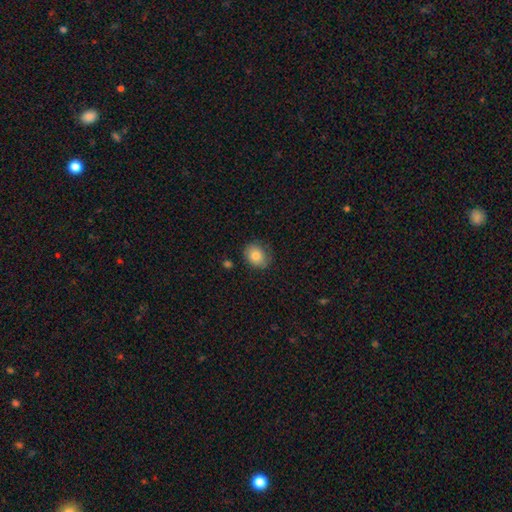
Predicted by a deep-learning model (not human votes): Q: Smooth or featured?
A: smooth (81%); runner-up: featured or disk (11%)
Q: How rounded?
A: round (55%); runner-up: in between (44%)
Q: Merging?
A: none (75%); runner-up: minor disturbance (19%)